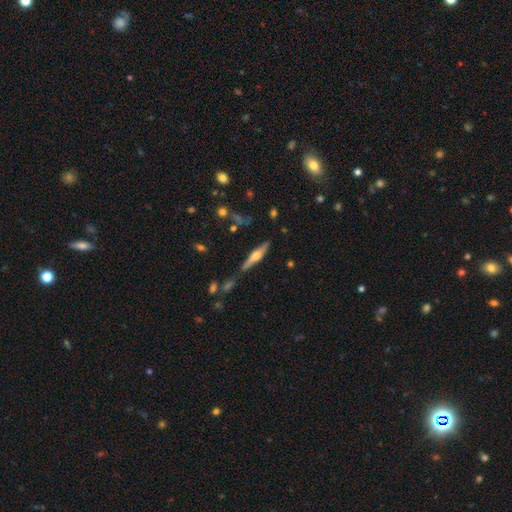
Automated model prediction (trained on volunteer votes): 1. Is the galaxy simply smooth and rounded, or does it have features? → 63% featured or disk, 31% smooth, 6% star or artifact.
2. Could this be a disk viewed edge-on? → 95% yes, 5% no.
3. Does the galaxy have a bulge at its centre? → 90% rounded, 6% boxy, 4% none.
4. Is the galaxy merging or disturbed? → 78% none, 14% minor disturbance, 4% merger, 4% major disturbance.